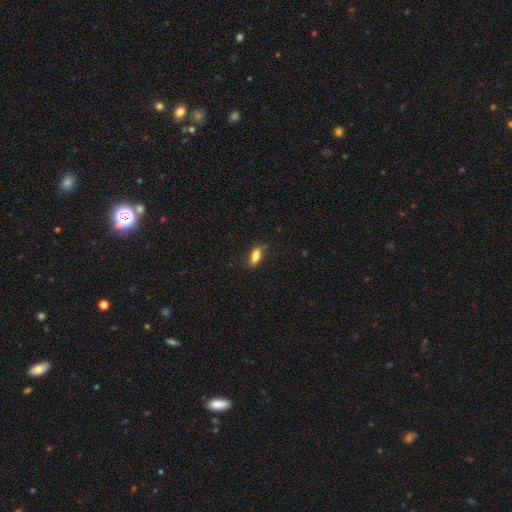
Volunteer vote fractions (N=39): Volunteers were most divided on "merging": none: 74%, minor disturbance: 26%, major disturbance: 0%, merger: 0%. More confident: smooth or featured — smooth (92%); how rounded — in between (78%).